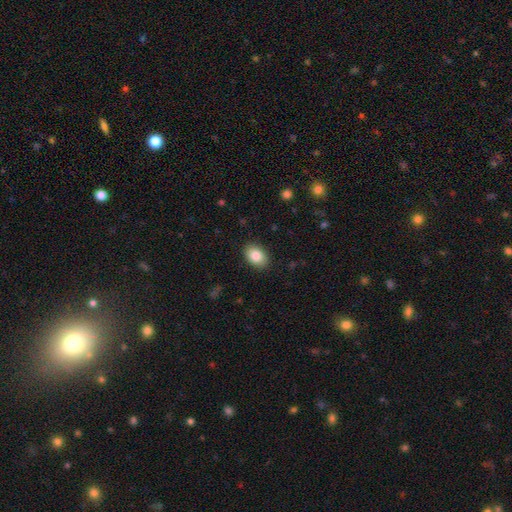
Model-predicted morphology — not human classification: Smooth or featured? Predicted: smooth (p=0.85). How rounded? Predicted: in between (p=0.81). Merging? Predicted: none (p=0.88).